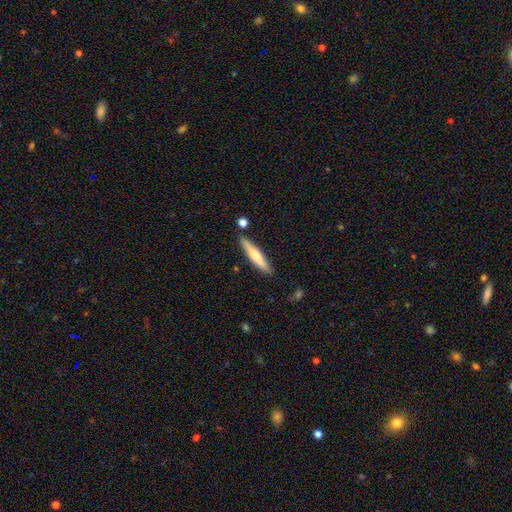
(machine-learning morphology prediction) Smooth or featured? Predicted: smooth (p=0.59). How rounded? Predicted: cigar-shaped (p=0.90). Merging? Predicted: none (p=0.85).